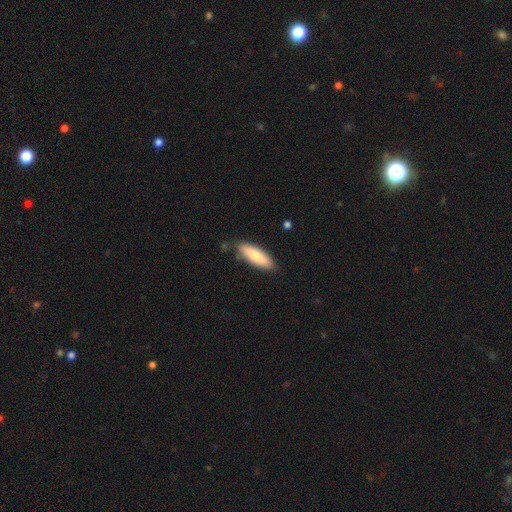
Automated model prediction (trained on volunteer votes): This appears to be a smooth galaxy with no disk features (78%) that is in between round and cigar-shaped (58%). Merging: none (81%).